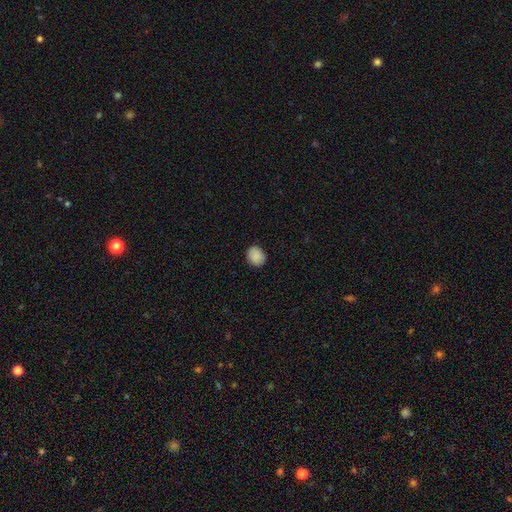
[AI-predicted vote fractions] Smooth or featured: smooth — 89% (star or artifact — 8%)
How rounded: round — 60% (in between — 39%)
Merging: none — 87% (minor disturbance — 10%)